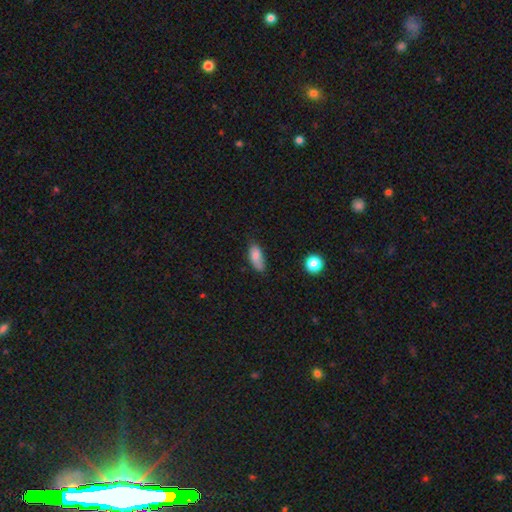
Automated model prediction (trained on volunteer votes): This is clearly a smooth galaxy (80%). How rounded: clearly in between (84%). Merging: possibly none (54%).